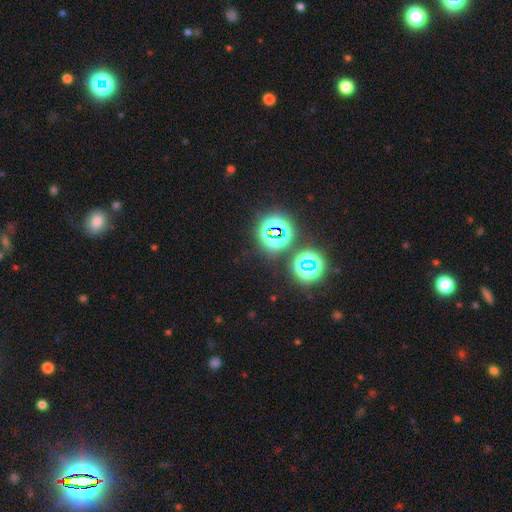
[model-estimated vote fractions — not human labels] Q: Smooth or featured?
A: star or artifact (75%); runner-up: smooth (18%)